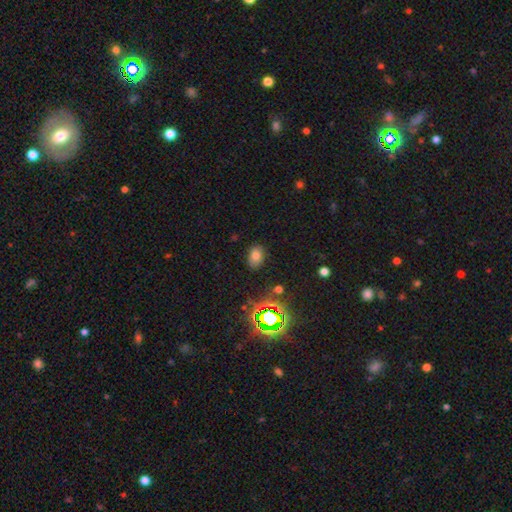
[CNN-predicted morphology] Smooth or featured? smooth (72%)
How rounded? in between (74%)
Merging? none (82%)